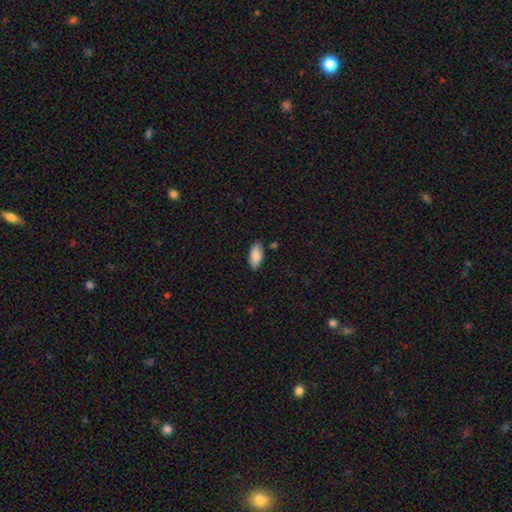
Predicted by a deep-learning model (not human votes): Smooth or featured: smooth — 89% (star or artifact — 6%)
How rounded: in between — 90% (cigar-shaped — 8%)
Merging: none — 84% (minor disturbance — 11%)